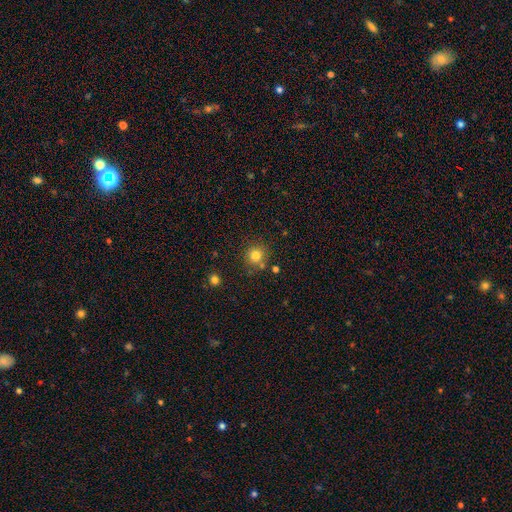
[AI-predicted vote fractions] This appears to be a smooth galaxy with no disk features (79%) that is round (90%). Merging: none (76%).